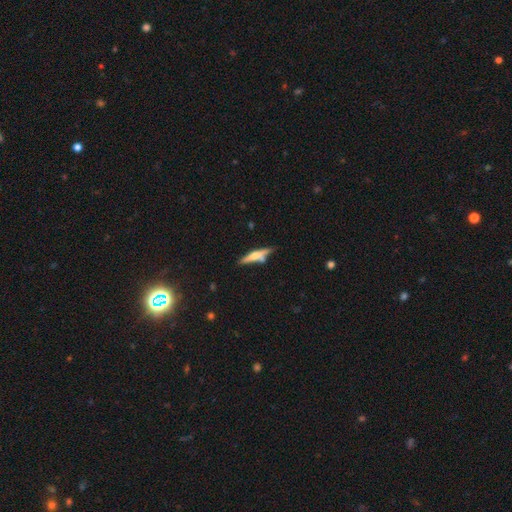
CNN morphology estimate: Overall: featured or disk (51%; smooth 43%). Edge-on disk: yes (94%). Merging: none (67%).